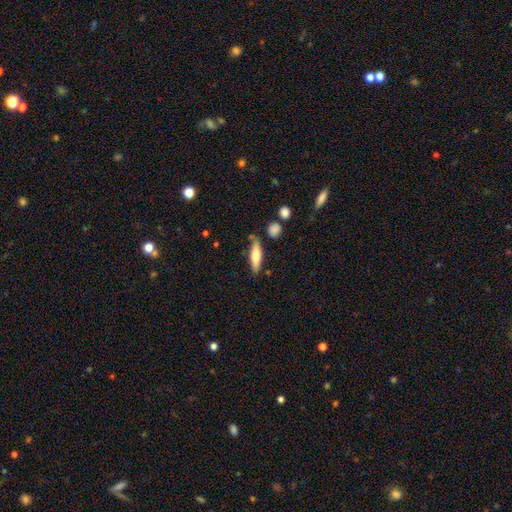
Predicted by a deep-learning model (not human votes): A smooth galaxy with no disk features (62%) that is cigar-shaped (60%).

Vote fractions:
- Smooth or featured? smooth: 62% / featured or disk: 32% / star or artifact: 6%
- How rounded? cigar-shaped: 60% / in between: 38% / round: 2%
- Merging? none: 73% / minor disturbance: 17% / merger: 6% / major disturbance: 4%